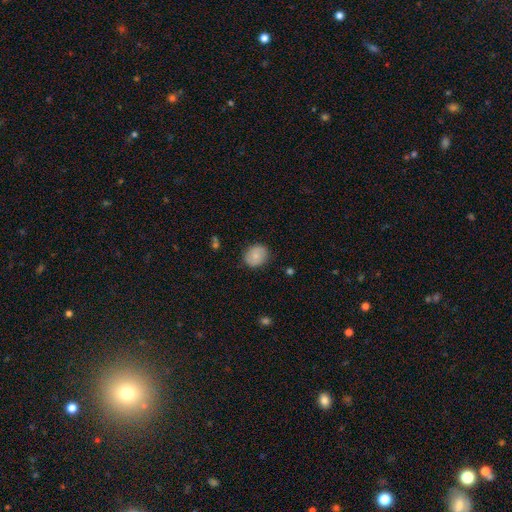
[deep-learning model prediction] Smooth or featured?
  - smooth: 78% *
  - featured or disk: 15%
  - star or artifact: 7%
How rounded?
  - round: 65% *
  - in between: 34%
  - cigar-shaped: 1%
Merging?
  - none: 84% *
  - minor disturbance: 13%
  - major disturbance: 3%
  - merger: 1%